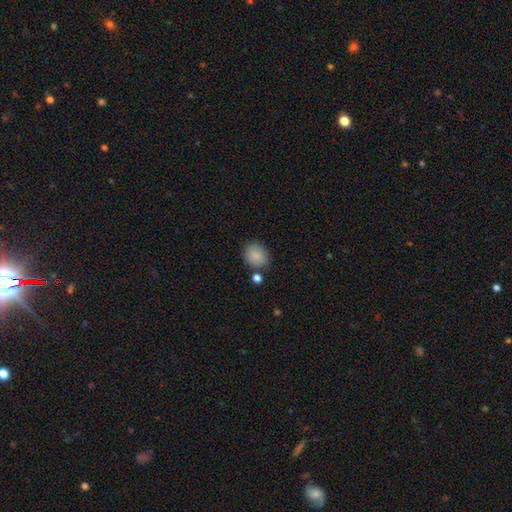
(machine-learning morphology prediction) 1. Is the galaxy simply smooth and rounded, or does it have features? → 87% smooth, 8% star or artifact, 4% featured or disk.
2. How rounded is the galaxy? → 73% round, 26% in between, 1% cigar-shaped.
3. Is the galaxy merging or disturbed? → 78% none, 12% minor disturbance, 7% merger, 3% major disturbance.